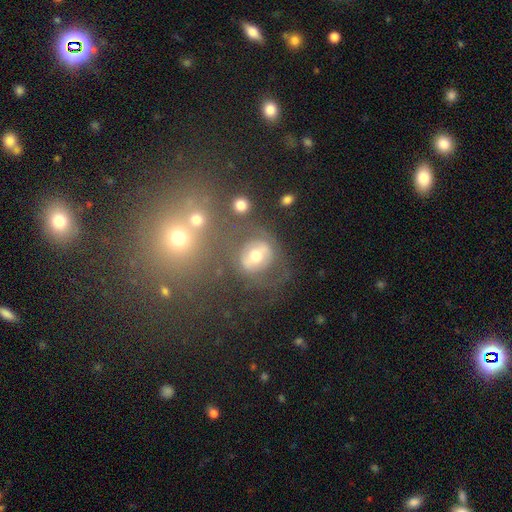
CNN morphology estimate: smooth 44%, featured or disk 42%, star or artifact 14%. Down the decision tree: merging — none (58%).